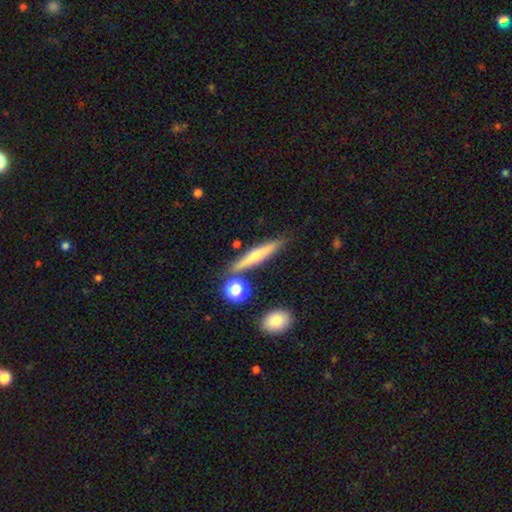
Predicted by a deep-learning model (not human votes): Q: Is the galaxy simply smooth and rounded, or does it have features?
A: featured or disk — 51%.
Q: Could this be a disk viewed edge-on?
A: yes — 95%.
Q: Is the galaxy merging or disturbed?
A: none — 81%.